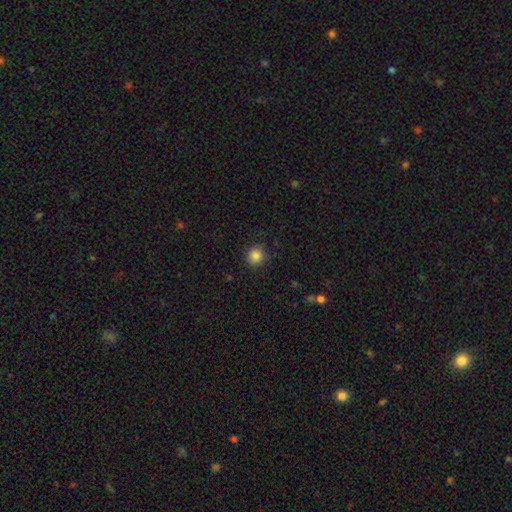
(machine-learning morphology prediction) The model was most divided on "smooth or featured": smooth: 85%, star or artifact: 11%, featured or disk: 4%. More confident: how rounded — round (92%); merging — none (90%).